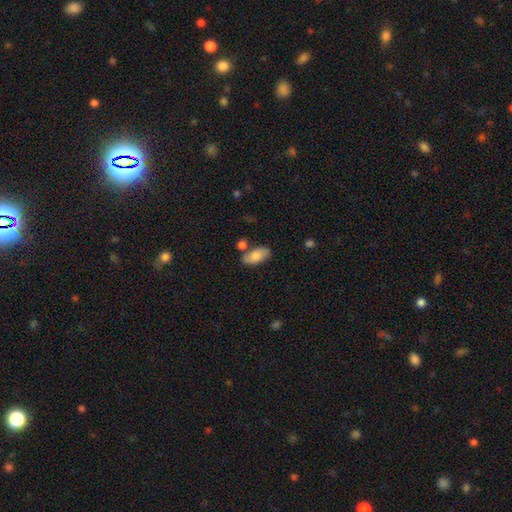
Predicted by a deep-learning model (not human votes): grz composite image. It shows a smooth galaxy with no disk features (78%) that is in between round and cigar-shaped (91%). Merging: none (65%).